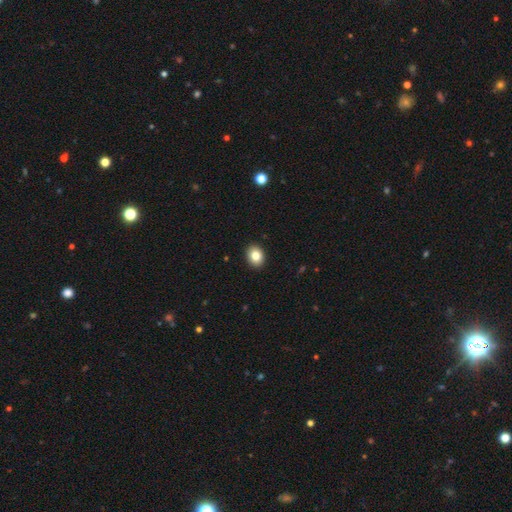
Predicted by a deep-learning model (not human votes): smooth_or_featured: smooth (p=0.83) [alt: star or artifact p=0.09]
how_rounded: in between (p=0.54) [alt: round p=0.45]
merging: none (p=0.92) [alt: minor disturbance p=0.06]